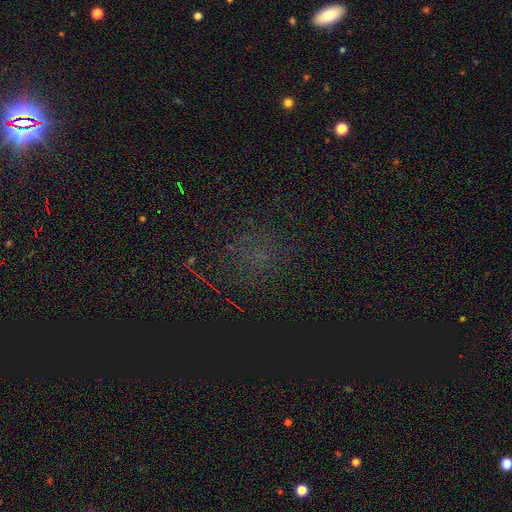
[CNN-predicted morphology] Smooth or featured?
  - star or artifact: 49% *
  - smooth: 38%
  - featured or disk: 13%